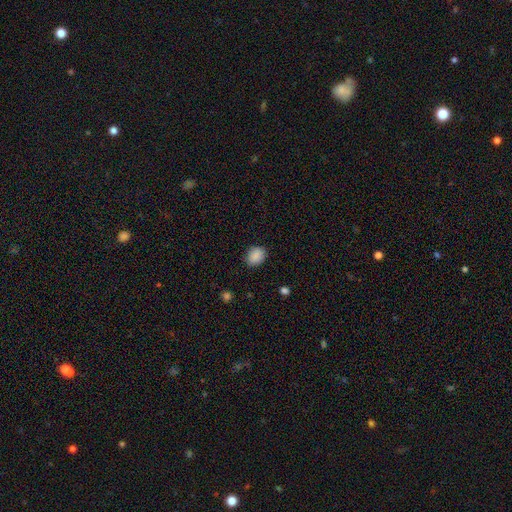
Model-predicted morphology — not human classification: Smooth or featured: smooth — 88% (star or artifact — 9%)
How rounded: round — 52% (in between — 47%)
Merging: none — 84% (minor disturbance — 12%)